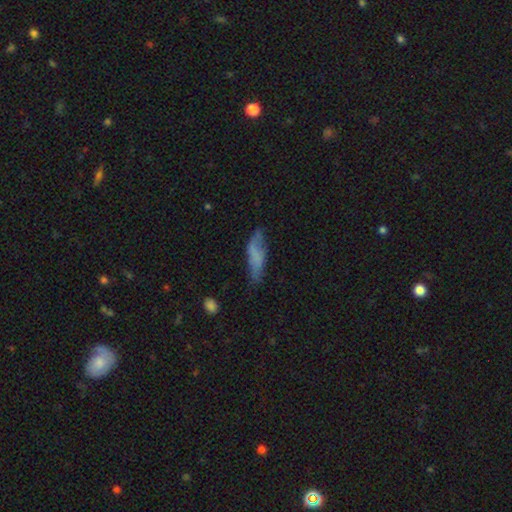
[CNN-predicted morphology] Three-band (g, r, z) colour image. It shows a smooth galaxy with no disk features (61%) that is cigar-shaped (54%). Merging: none (50%).